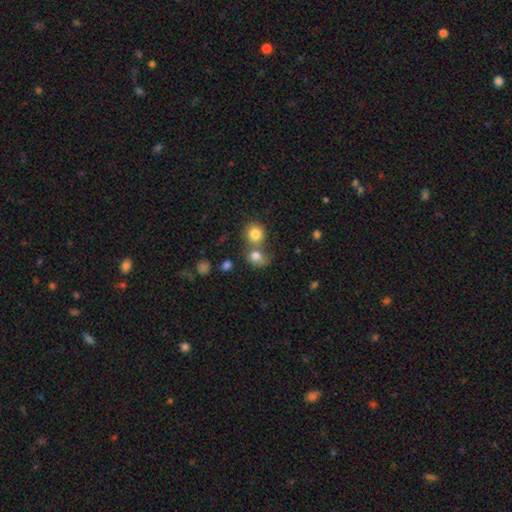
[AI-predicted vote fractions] Morphology: type=smooth (78%); roundness=round (67%); merging=merger (52%).